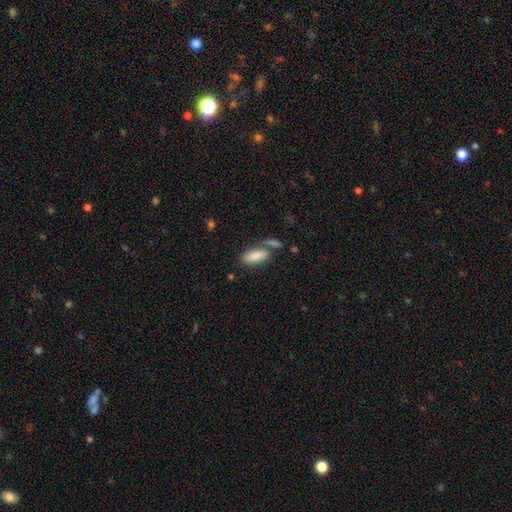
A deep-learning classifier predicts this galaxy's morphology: Q: Smooth or featured?
A: smooth (85%); runner-up: featured or disk (8%)
Q: How rounded?
A: in between (84%); runner-up: cigar-shaped (14%)
Q: Merging?
A: none (57%); runner-up: merger (23%)